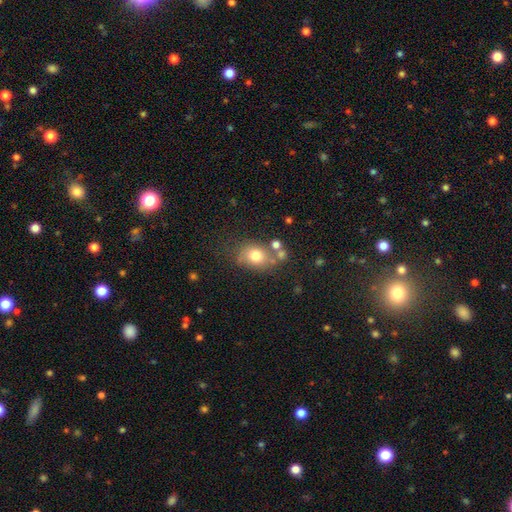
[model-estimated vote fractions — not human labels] Smooth or featured? smooth (75%)
How rounded? in between (52%)
Merging? none (59%)